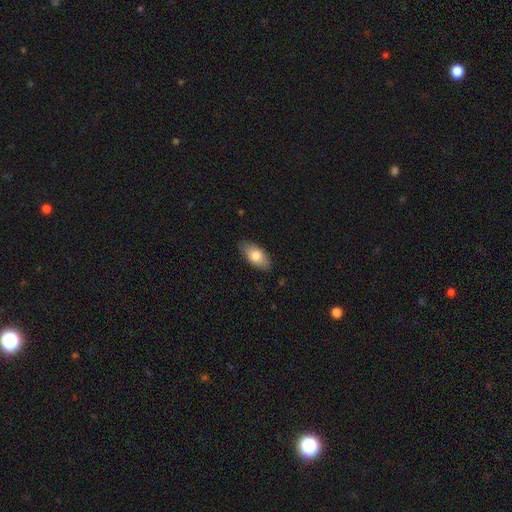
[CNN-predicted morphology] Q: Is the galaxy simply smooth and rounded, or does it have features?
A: smooth — 79%.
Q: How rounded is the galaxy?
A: in between — 92%.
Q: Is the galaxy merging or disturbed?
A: none — 83%.